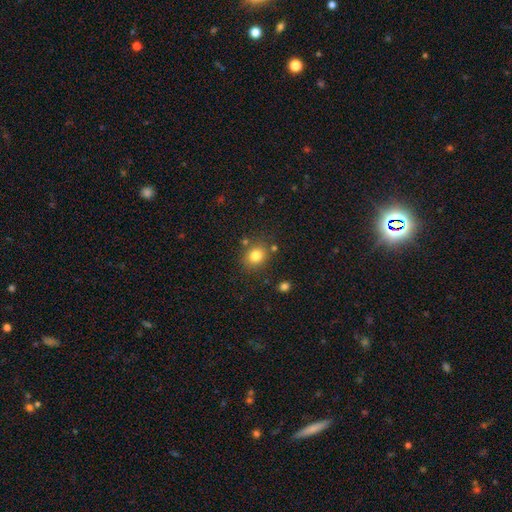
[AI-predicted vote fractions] Q: Smooth or featured?
A: smooth (80%); runner-up: star or artifact (12%)
Q: How rounded?
A: round (68%); runner-up: in between (31%)
Q: Merging?
A: none (79%); runner-up: minor disturbance (11%)